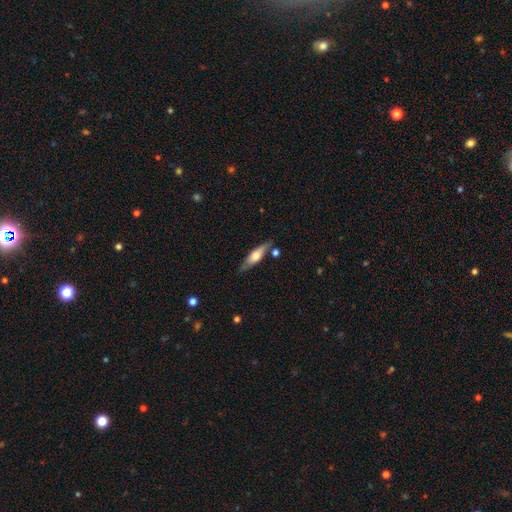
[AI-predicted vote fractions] smooth_or_featured: featured or disk (p=0.48) [alt: smooth p=0.46]
merging: none (p=0.74) [alt: minor disturbance p=0.16]